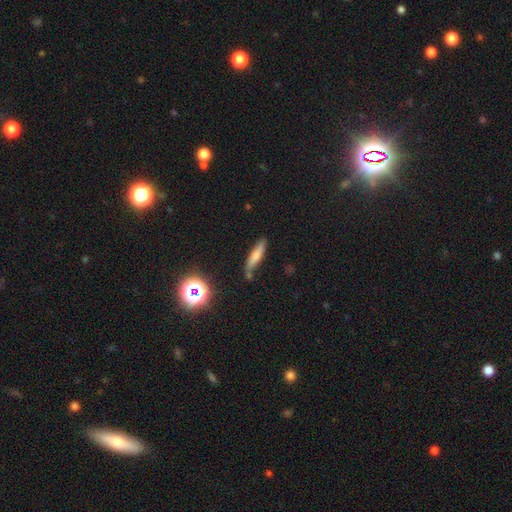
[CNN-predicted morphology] The model was most divided on "smooth or featured": smooth: 64%, featured or disk: 24%, star or artifact: 11%. More confident: how rounded — cigar-shaped (80%); merging — none (74%).